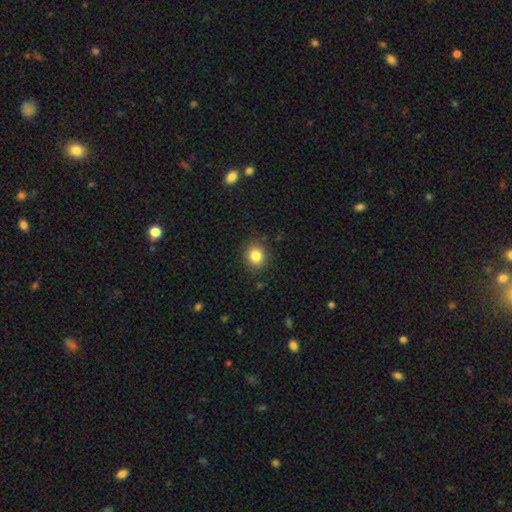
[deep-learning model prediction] Morphology: type=smooth (83%); roundness=round (81%); merging=none (87%).